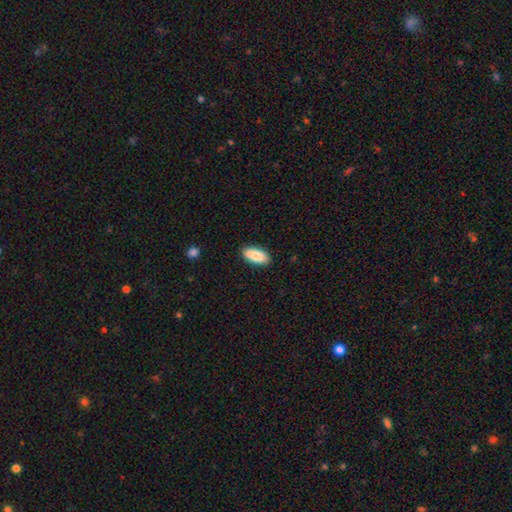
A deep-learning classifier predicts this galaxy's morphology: Smooth or featured? smooth (87%)
How rounded? in between (89%)
Merging? none (89%)